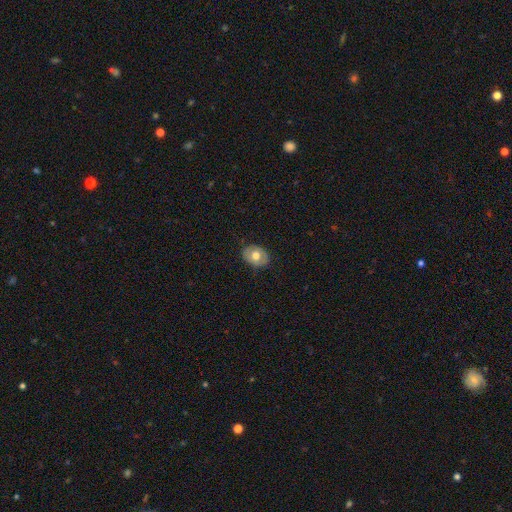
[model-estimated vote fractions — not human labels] Overall: smooth (64%; featured or disk 29%). How rounded: in between (67%; round 32%). Merging: none (83%).